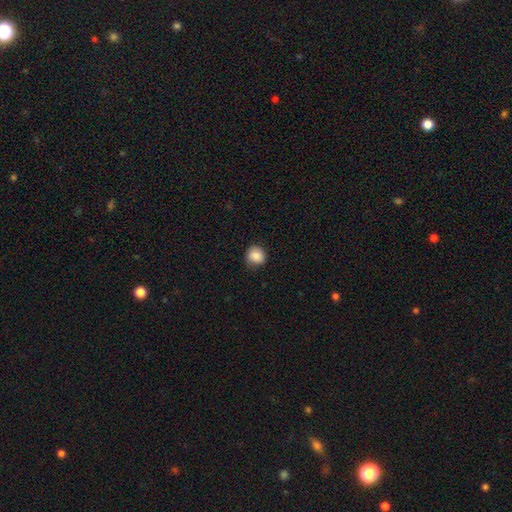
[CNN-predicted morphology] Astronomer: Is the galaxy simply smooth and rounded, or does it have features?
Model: smooth — 85%.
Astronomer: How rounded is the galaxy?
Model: round — 86%.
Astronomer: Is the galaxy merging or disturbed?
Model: none — 83%.